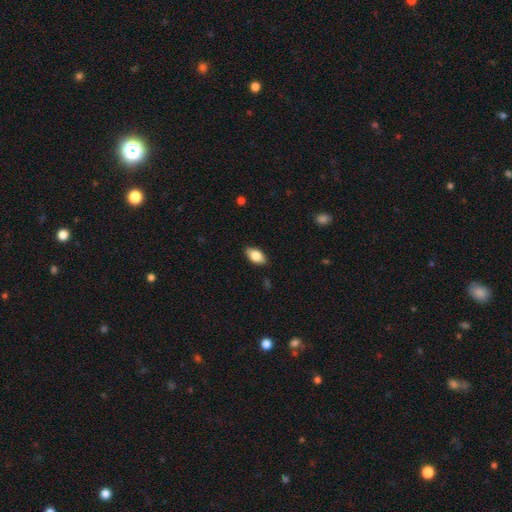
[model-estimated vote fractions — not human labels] The model was most divided on "smooth or featured": smooth: 79%, featured or disk: 14%, star or artifact: 7%. More confident: how rounded — in between (91%); merging — none (87%).